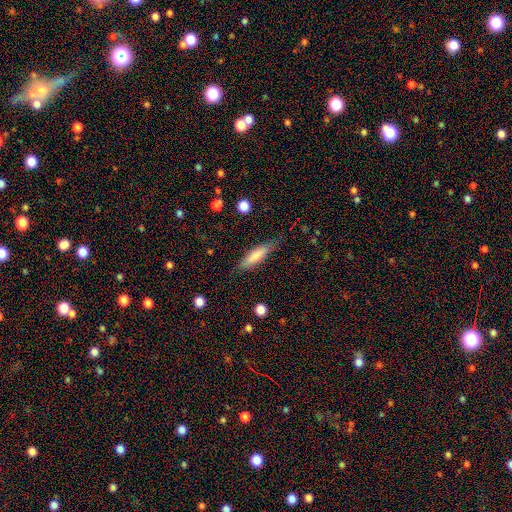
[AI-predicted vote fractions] Smooth or featured: smooth — 76% (featured or disk — 18%)
How rounded: cigar-shaped — 69% (in between — 30%)
Merging: none — 76% (minor disturbance — 18%)